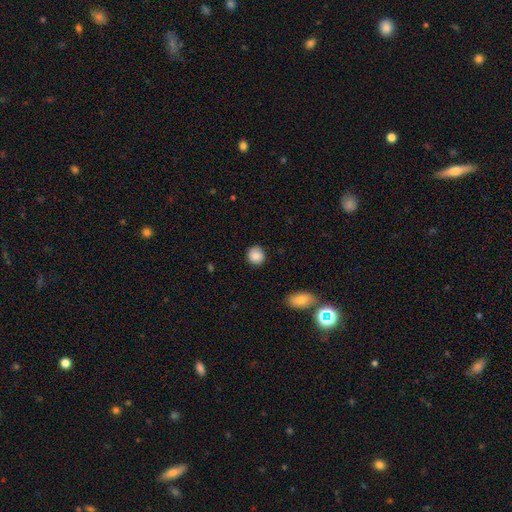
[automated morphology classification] Q: Smooth or featured?
A: smooth (86%); runner-up: star or artifact (8%)
Q: How rounded?
A: round (86%); runner-up: in between (13%)
Q: Merging?
A: none (85%); runner-up: minor disturbance (11%)